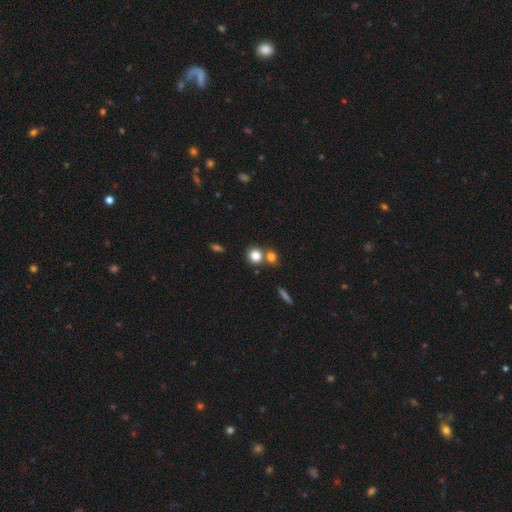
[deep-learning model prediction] smooth-or-featured: smooth: 80% | star or artifact: 12% | featured or disk: 8%
  how-rounded: round: 84% | in between: 14% | cigar-shaped: 1%
  merging: none: 57% | merger: 33% | minor disturbance: 8% | major disturbance: 3%